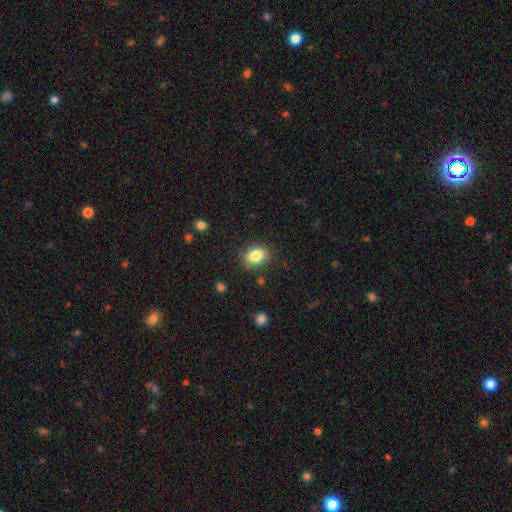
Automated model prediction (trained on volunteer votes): Smooth or featured?
  - smooth: 84% *
  - star or artifact: 9%
  - featured or disk: 7%
How rounded?
  - in between: 65% *
  - round: 34%
  - cigar-shaped: 1%
Merging?
  - none: 84% *
  - minor disturbance: 11%
  - major disturbance: 3%
  - merger: 2%